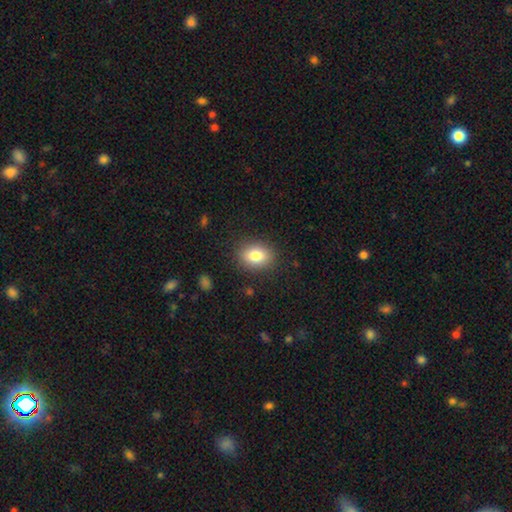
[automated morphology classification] Q: Smooth or featured?
A: smooth (82%); runner-up: featured or disk (9%)
Q: How rounded?
A: in between (64%); runner-up: round (35%)
Q: Merging?
A: none (87%); runner-up: minor disturbance (9%)